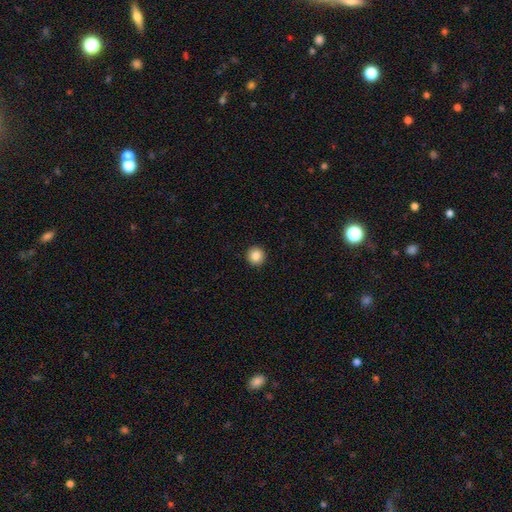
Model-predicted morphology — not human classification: Overall: smooth (86%). How rounded: round (95%). Merging: none (94%).